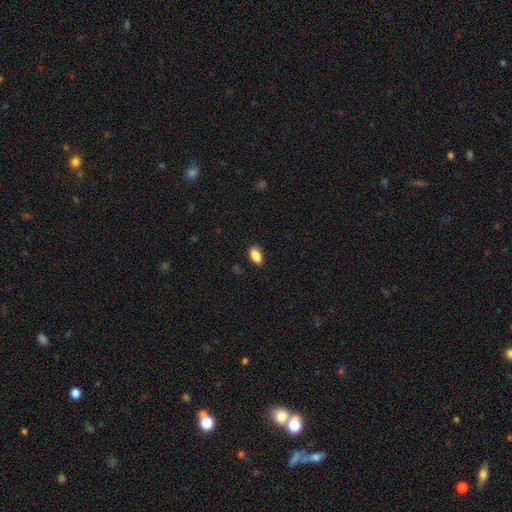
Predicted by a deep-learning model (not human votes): The model was most divided on "merging": none: 85%, minor disturbance: 11%, major disturbance: 2%, merger: 1%. More confident: how rounded — in between (91%); smooth or featured — smooth (87%).